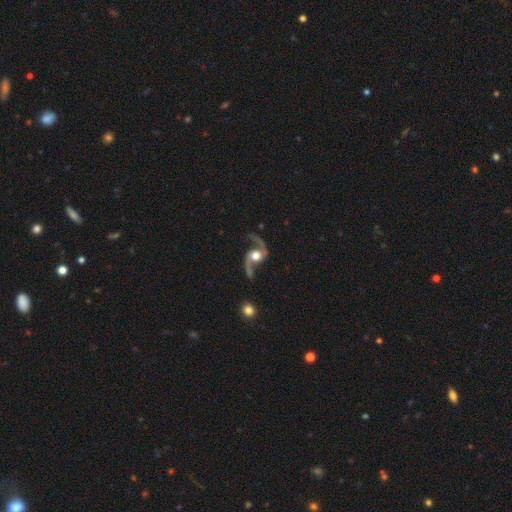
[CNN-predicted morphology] Smooth or featured? Predicted: featured or disk (p=0.92). Edge-on disk? Predicted: no (p=0.97). Bar? Predicted: no (p=0.66). Spiral arms? Predicted: yes (p=0.98). Spiral winding? Predicted: loose (p=0.71). Spiral arm count? Predicted: 2 (p=0.95). Bulge size? Predicted: moderate (p=0.50). Merging? Predicted: none (p=0.73).